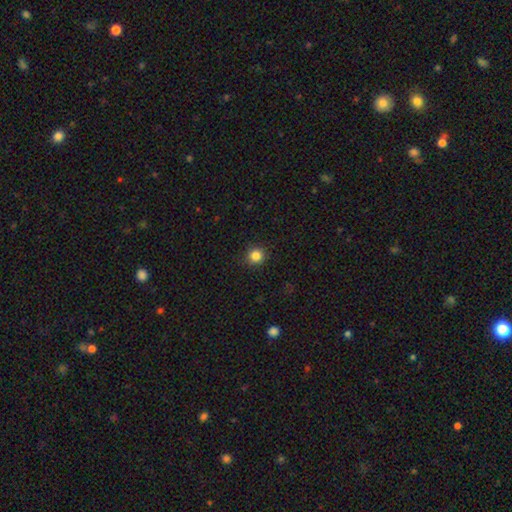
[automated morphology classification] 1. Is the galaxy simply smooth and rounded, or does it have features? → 84% smooth, 12% star or artifact, 4% featured or disk.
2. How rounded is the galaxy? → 93% round, 6% in between, 1% cigar-shaped.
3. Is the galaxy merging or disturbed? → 90% none, 7% minor disturbance, 2% major disturbance, 1% merger.